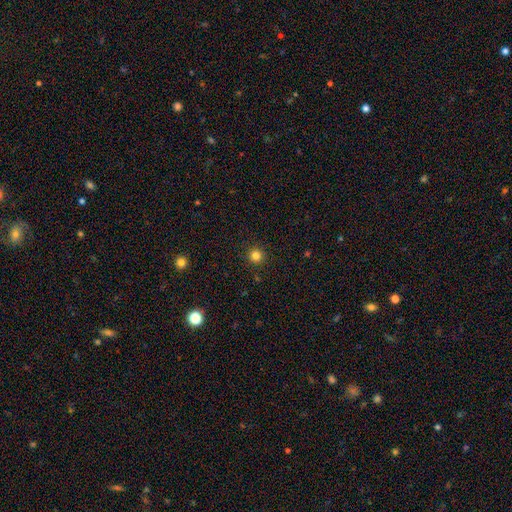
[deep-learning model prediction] This is clearly a smooth galaxy (82%). How rounded: clearly round (96%). Merging: clearly none (92%).